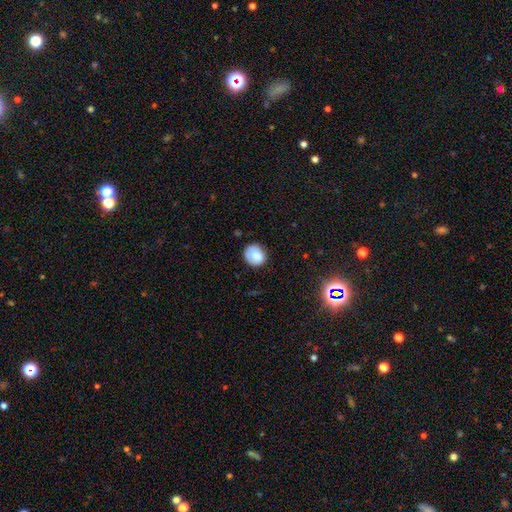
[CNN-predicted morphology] Smooth or featured: smooth — 81% (featured or disk — 11%)
How rounded: round — 75% (in between — 24%)
Merging: none — 74% (minor disturbance — 20%)